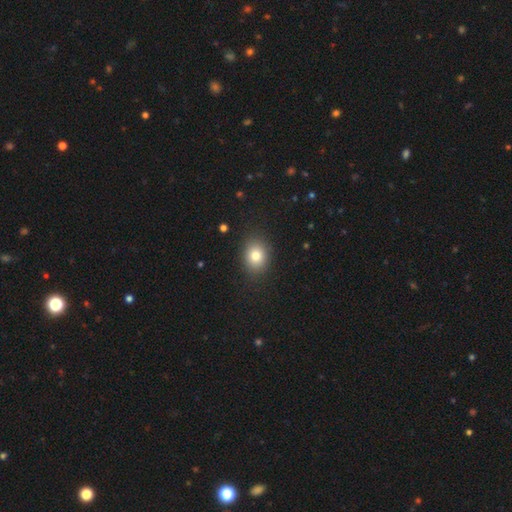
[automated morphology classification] This appears to be a smooth galaxy with no disk features (79%) that is round (55%). Merging: none (87%).